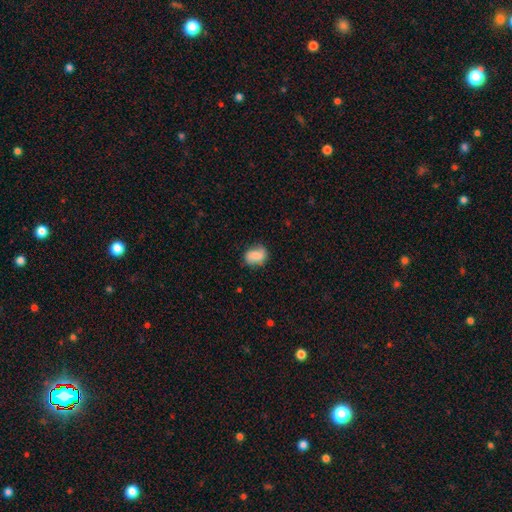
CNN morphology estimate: type=smooth (71%); roundness=in between (57%); merging=none (71%).